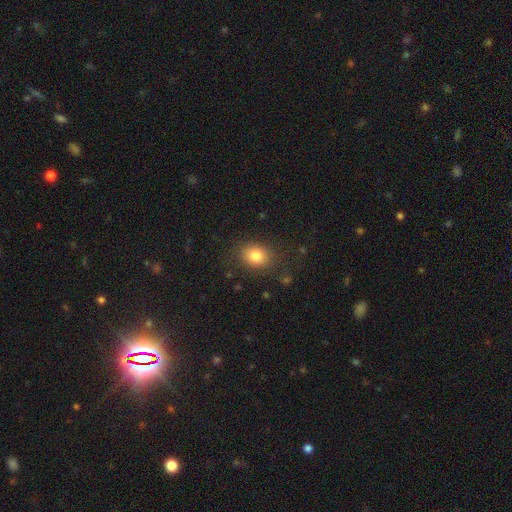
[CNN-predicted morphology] This is clearly a smooth galaxy (81%). How rounded: possibly in between (55%). Merging: clearly none (82%).